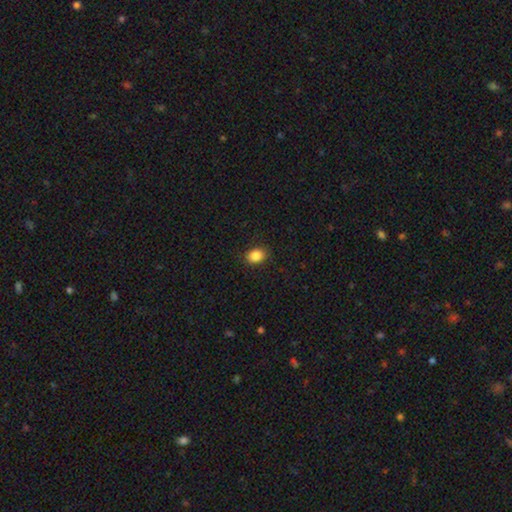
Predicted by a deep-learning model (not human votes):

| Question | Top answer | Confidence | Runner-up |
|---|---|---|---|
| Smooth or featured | smooth | 87% | star or artifact (9%) |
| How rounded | in between | 62% | round (37%) |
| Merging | none | 88% | minor disturbance (8%) |